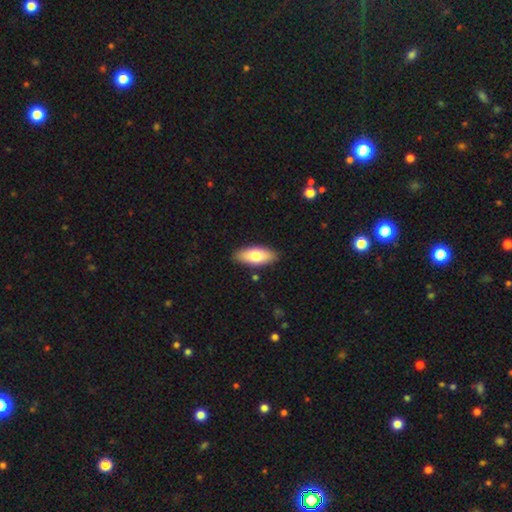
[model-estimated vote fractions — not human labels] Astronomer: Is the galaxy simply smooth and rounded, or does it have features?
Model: smooth — 72%.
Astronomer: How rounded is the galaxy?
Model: in between — 81%.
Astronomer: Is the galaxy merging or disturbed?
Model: none — 88%.